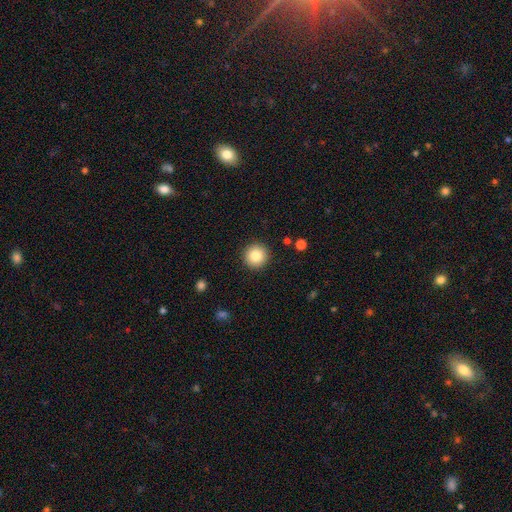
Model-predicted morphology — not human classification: The model was most divided on "smooth or featured": smooth: 83%, star or artifact: 10%, featured or disk: 8%. More confident: how rounded — round (96%); merging — none (92%).